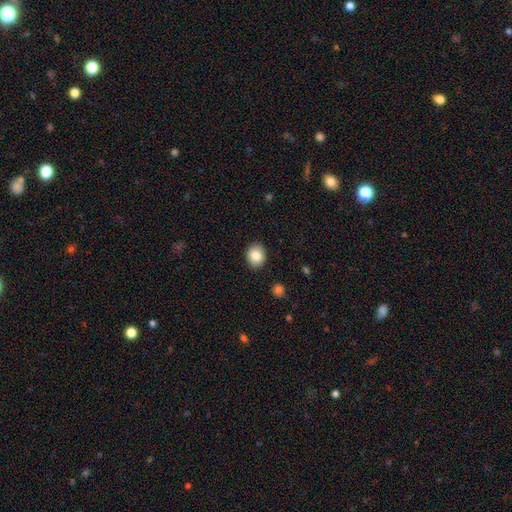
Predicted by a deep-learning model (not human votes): Smooth or featured?
  - smooth: 84% *
  - star or artifact: 9%
  - featured or disk: 7%
How rounded?
  - round: 62% *
  - in between: 37%
  - cigar-shaped: 1%
Merging?
  - none: 90% *
  - minor disturbance: 7%
  - major disturbance: 2%
  - merger: 1%